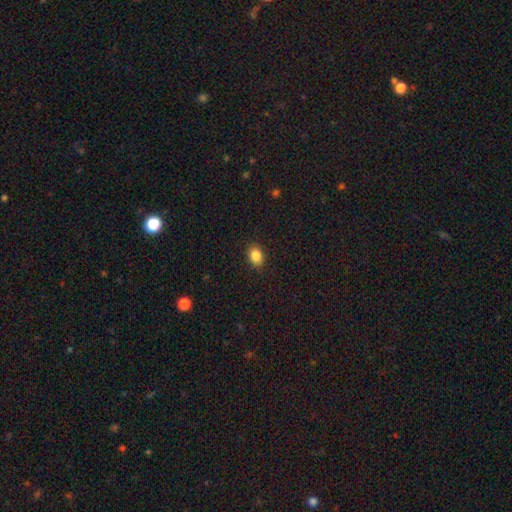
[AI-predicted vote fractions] A smooth galaxy with no disk features (86%) that is in between round and cigar-shaped (66%).

Vote fractions:
- Smooth or featured? smooth: 86% / star or artifact: 9% / featured or disk: 5%
- How rounded? in between: 66% / round: 33% / cigar-shaped: 1%
- Merging? none: 89% / minor disturbance: 8% / major disturbance: 2% / merger: 1%